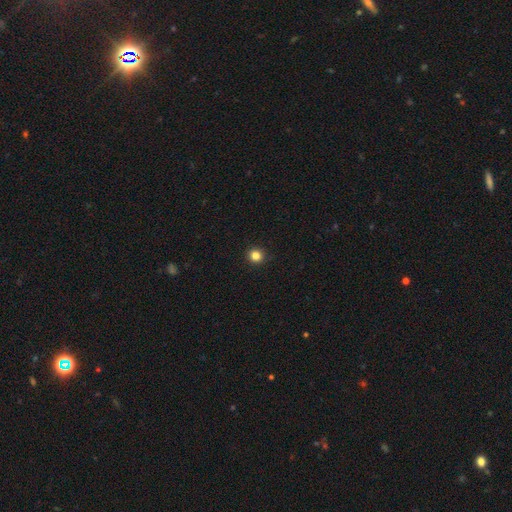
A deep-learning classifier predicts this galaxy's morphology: smooth_or_featured: smooth (p=0.84) [alt: star or artifact p=0.12]
how_rounded: round (p=0.93) [alt: in between p=0.06]
merging: none (p=0.93) [alt: minor disturbance p=0.05]